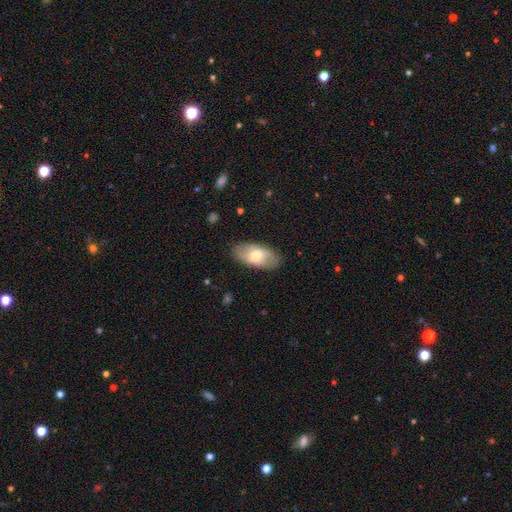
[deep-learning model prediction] Q: Smooth or featured?
A: smooth (58%); runner-up: featured or disk (36%)
Q: How rounded?
A: in between (92%); runner-up: cigar-shaped (4%)
Q: Merging?
A: none (85%); runner-up: minor disturbance (11%)